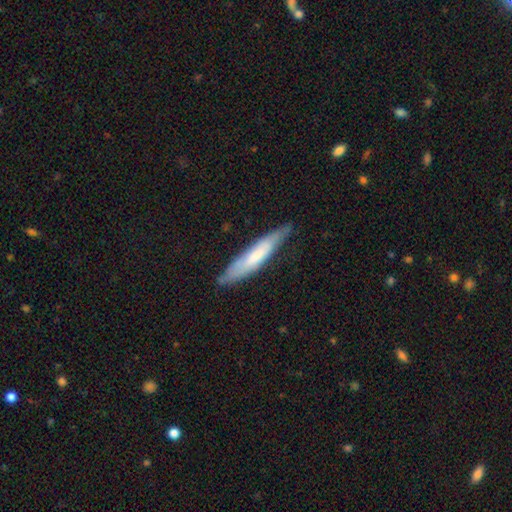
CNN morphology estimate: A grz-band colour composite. It shows a smooth galaxy with no disk features (49%). Merging: none (81%).